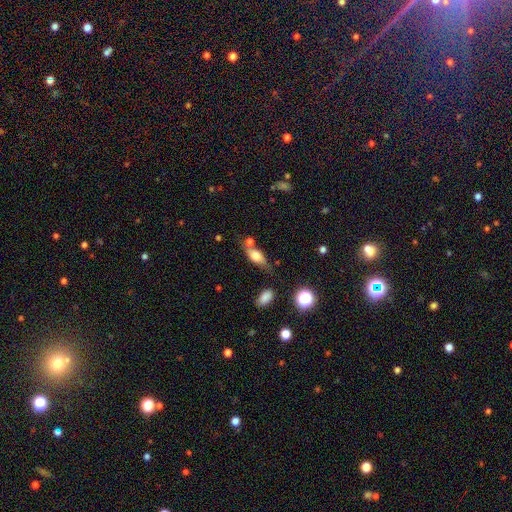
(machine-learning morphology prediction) Overall: smooth (65%). How rounded: in between (73%). Merging: none (53%; merger 21%).